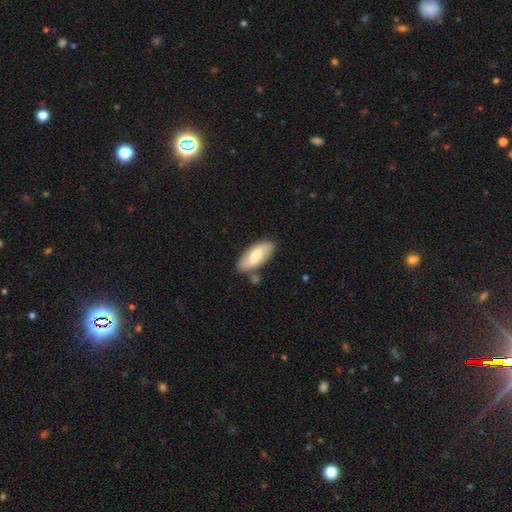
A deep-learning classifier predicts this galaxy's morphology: This appears to be a smooth galaxy with no disk features (60%) that is in between round and cigar-shaped (85%). Merging: none (79%).